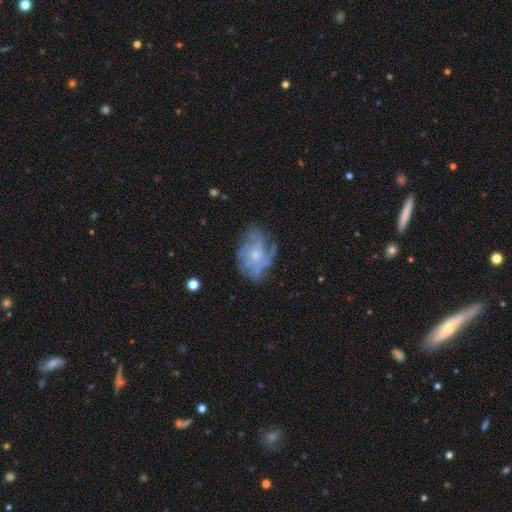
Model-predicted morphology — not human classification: This is likely a featured or disk galaxy (77%). It is clearly not viewed edge-on (97%). Bar: clearly no (80%). Spiral arm pattern: clearly yes (85%). Spiral arm count: marginally can't tell (43%). Spiral winding: possibly tight (49%). Central bulge: likely small (70%). Merging: likely none (61%).